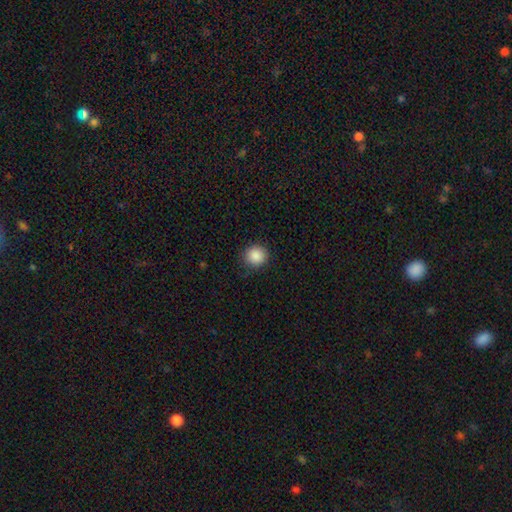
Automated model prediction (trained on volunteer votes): A smooth galaxy with no disk features (88%) that is round (90%). Merging: none (88%).